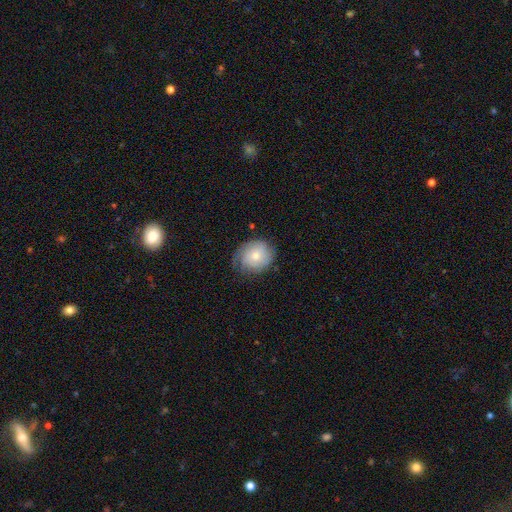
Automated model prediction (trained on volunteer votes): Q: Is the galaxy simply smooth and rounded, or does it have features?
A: smooth — 59%.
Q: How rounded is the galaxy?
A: round — 63%.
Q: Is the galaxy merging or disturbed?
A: none — 62%.